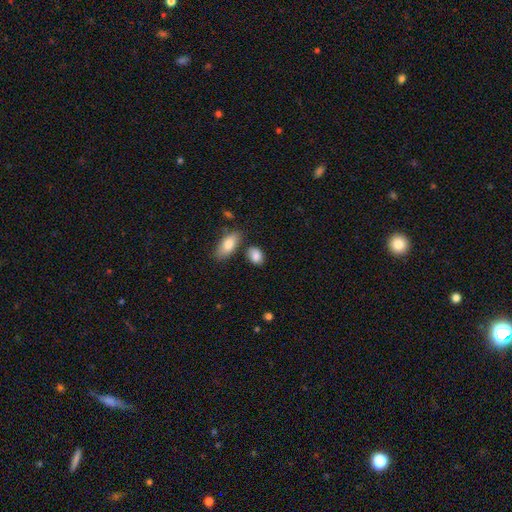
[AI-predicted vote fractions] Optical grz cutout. It shows a smooth galaxy with no disk features (86%) that is in between round and cigar-shaped (79%). Merging: none (71%).